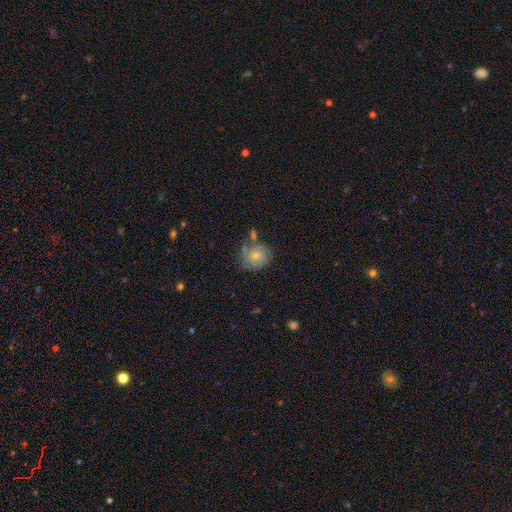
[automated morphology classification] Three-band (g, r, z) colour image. It shows a featured or disk galaxy (50%). Merging: none (54%).